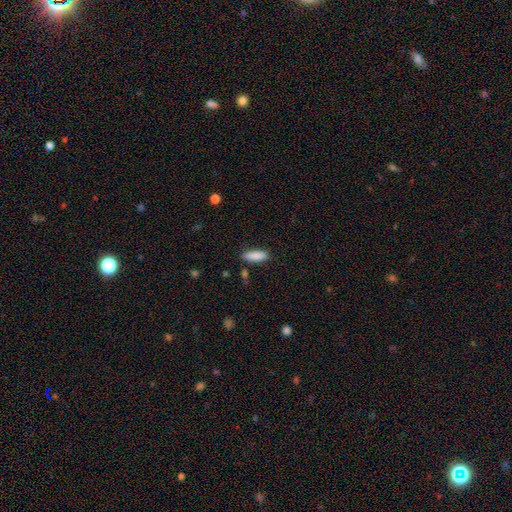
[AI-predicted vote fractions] smooth 89%, star or artifact 6%, featured or disk 5%. Down the decision tree: how rounded — in between (58%); merging — none (84%).